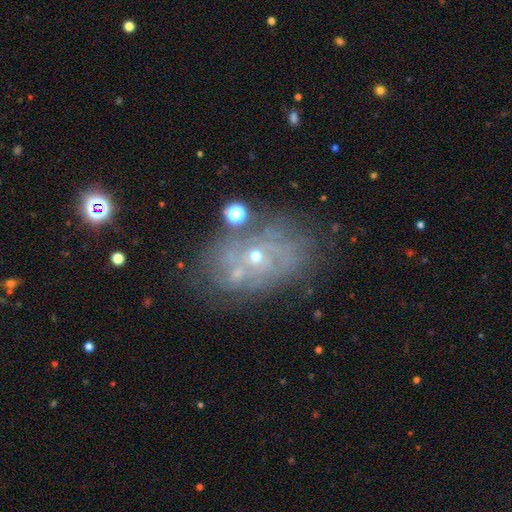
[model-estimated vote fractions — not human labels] This appears to be a featured or disk galaxy (65%) with no bar (83%), spiral arms (56%) and a small central bulge (77%). Merging: none (59%).